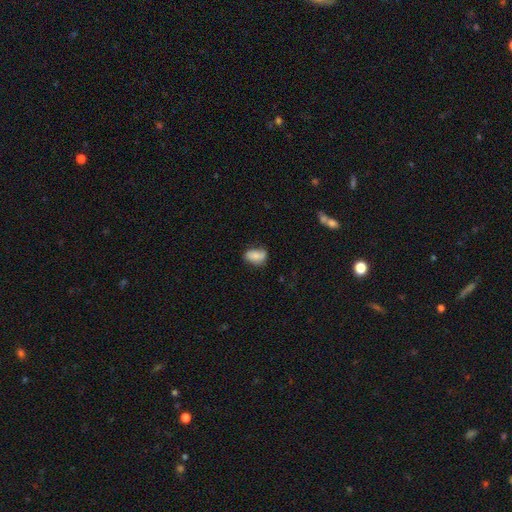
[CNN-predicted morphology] A smooth galaxy with no disk features (77%) that is in between round and cigar-shaped (87%). Merging: none (59%).